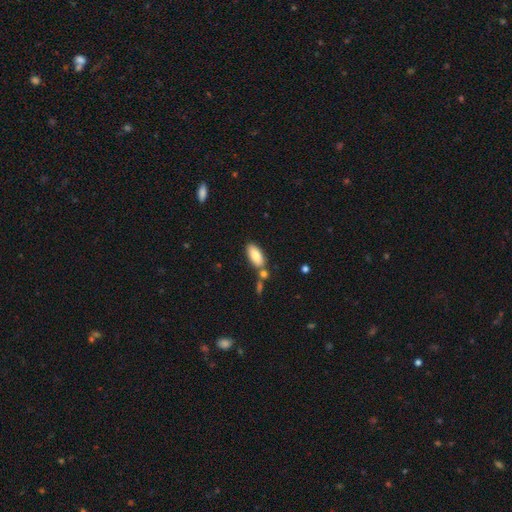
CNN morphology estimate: The model was most divided on "merging": none: 66%, merger: 18%, minor disturbance: 12%, major disturbance: 3%. More confident: how rounded — in between (88%); smooth or featured — smooth (84%).